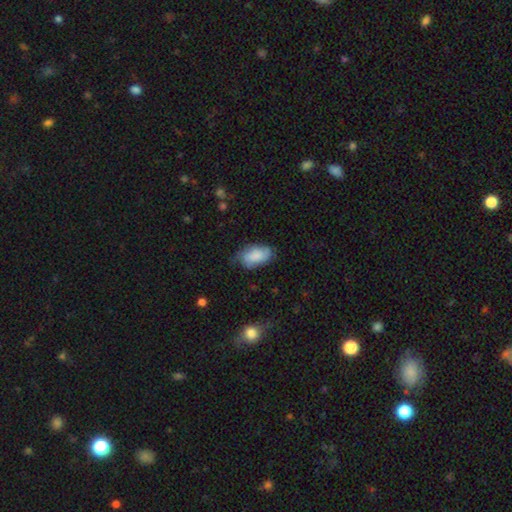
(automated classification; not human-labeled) A smooth galaxy with no disk features (67%) that is in between round and cigar-shaped (93%). Merging: none (60%).